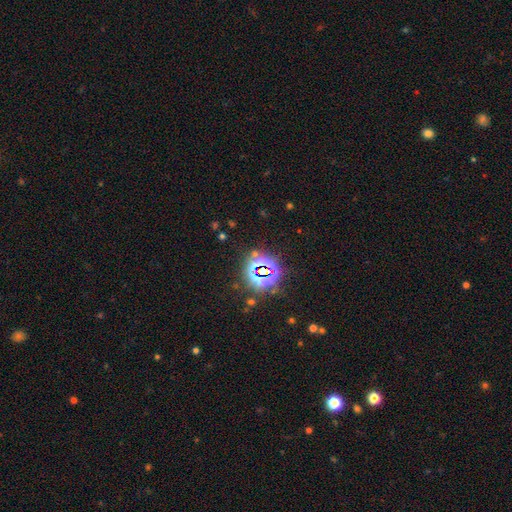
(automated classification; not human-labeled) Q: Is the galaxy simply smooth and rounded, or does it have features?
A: star or artifact — 79%.